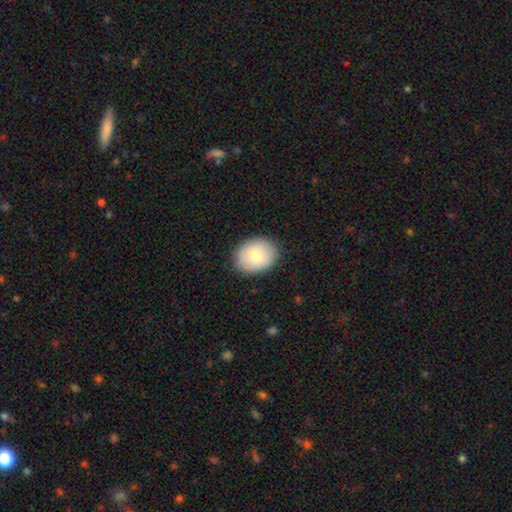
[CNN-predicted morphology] This appears to be a smooth galaxy with no disk features (76%) that is in between round and cigar-shaped (60%). Merging: none (85%).